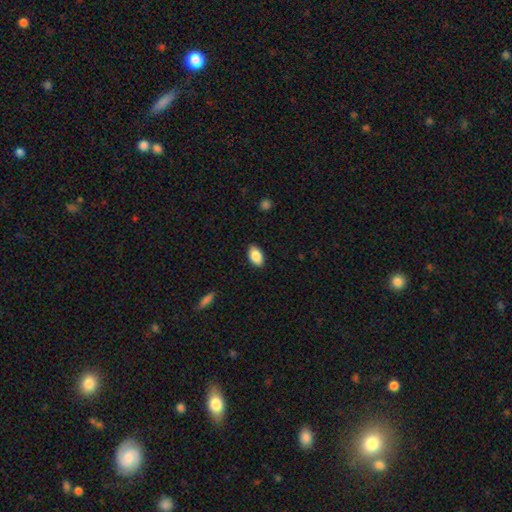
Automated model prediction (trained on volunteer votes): Smooth or featured? smooth (88%)
How rounded? in between (93%)
Merging? none (88%)